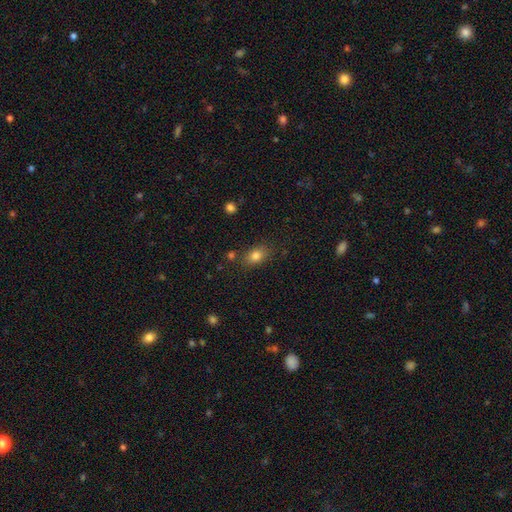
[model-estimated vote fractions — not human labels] Morphology: type=smooth (82%); roundness=in between (77%); merging=none (78%).